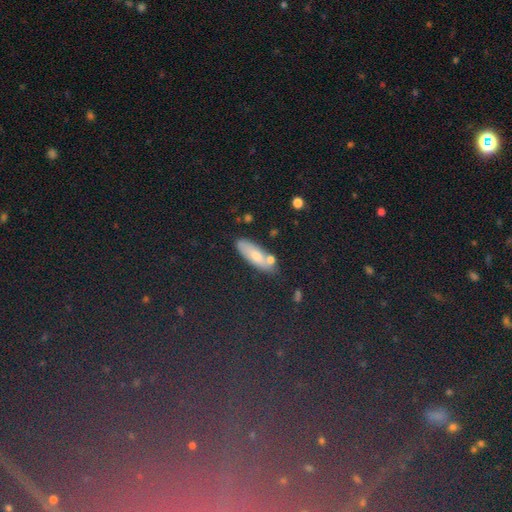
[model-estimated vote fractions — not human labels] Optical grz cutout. It shows a smooth galaxy with no disk features (67%) that is in between round and cigar-shaped (62%). Merging: none (71%).